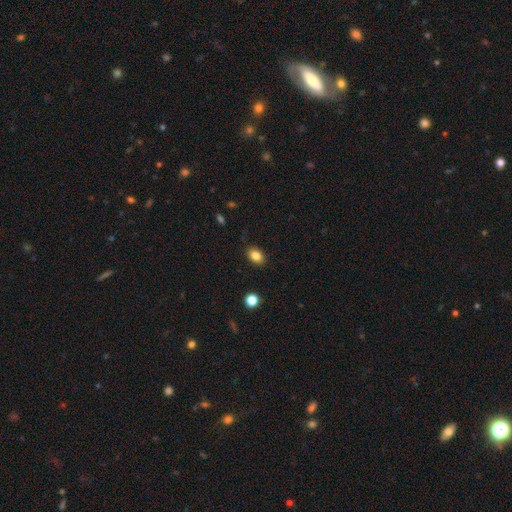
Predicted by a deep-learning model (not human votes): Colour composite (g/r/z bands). It shows a smooth galaxy with no disk features (85%) that is in between round and cigar-shaped (78%). Merging: none (87%).